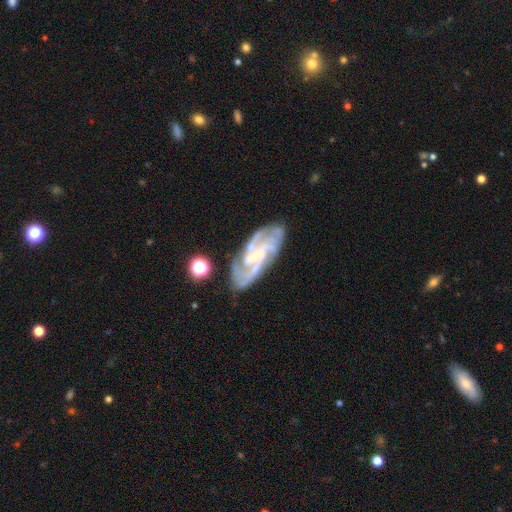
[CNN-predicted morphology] featured or disk 84%, smooth 9%, star or artifact 7%. Down the decision tree: edge-on disk — no (92%); bar — weak (41%); spiral arms — yes (94%); spiral arm count — 3 (28%); spiral winding — tight (44%); bulge size — small (52%); merging — none (72%).